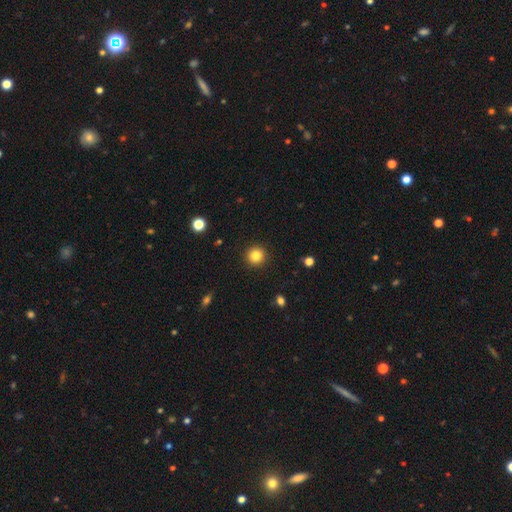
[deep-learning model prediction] smooth 84%, star or artifact 11%, featured or disk 5%. Down the decision tree: how rounded — round (95%); merging — none (92%).